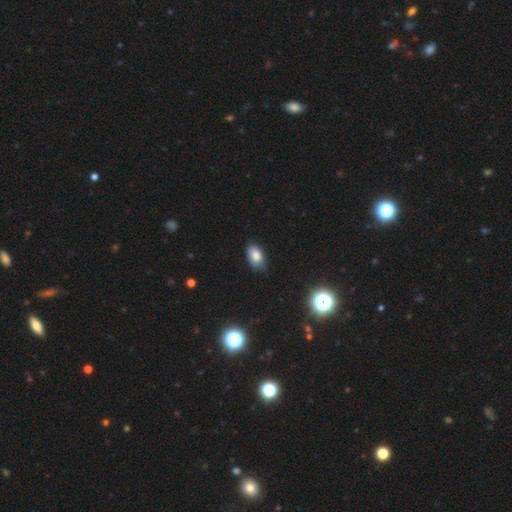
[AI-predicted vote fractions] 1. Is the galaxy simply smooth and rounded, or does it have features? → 82% smooth, 10% star or artifact, 8% featured or disk.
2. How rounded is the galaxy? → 91% in between, 7% round, 2% cigar-shaped.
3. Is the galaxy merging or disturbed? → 74% none, 22% minor disturbance, 3% major disturbance, 1% merger.